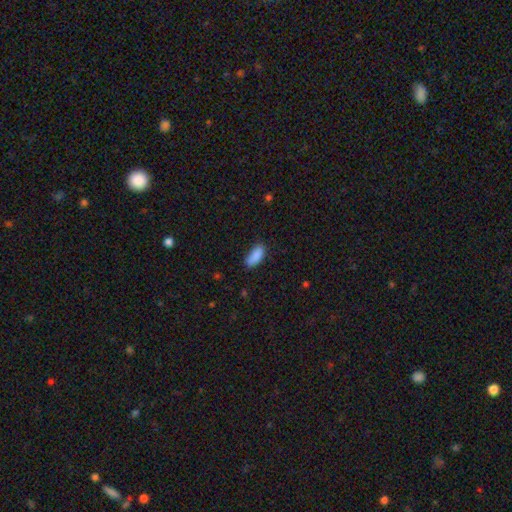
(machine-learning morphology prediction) smooth-or-featured: smooth: 88% | star or artifact: 7% | featured or disk: 5%
  how-rounded: in between: 85% | cigar-shaped: 13% | round: 2%
  merging: none: 69% | minor disturbance: 24% | major disturbance: 5% | merger: 3%